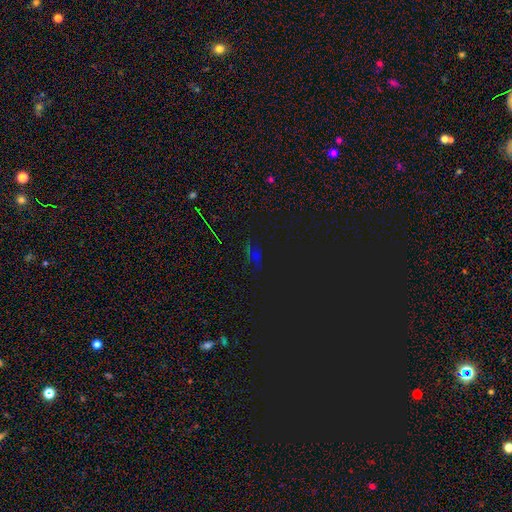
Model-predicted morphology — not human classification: This appears to be a star or artifact, not a galaxy (66%).